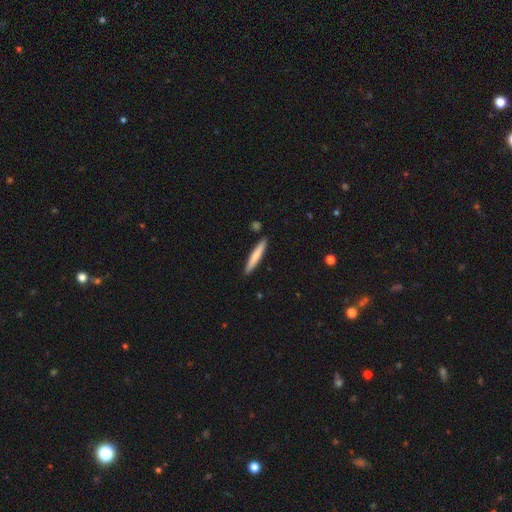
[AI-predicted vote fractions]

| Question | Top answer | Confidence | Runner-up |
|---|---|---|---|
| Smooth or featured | smooth | 71% | featured or disk (24%) |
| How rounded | cigar-shaped | 94% | in between (5%) |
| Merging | none | 89% | minor disturbance (7%) |